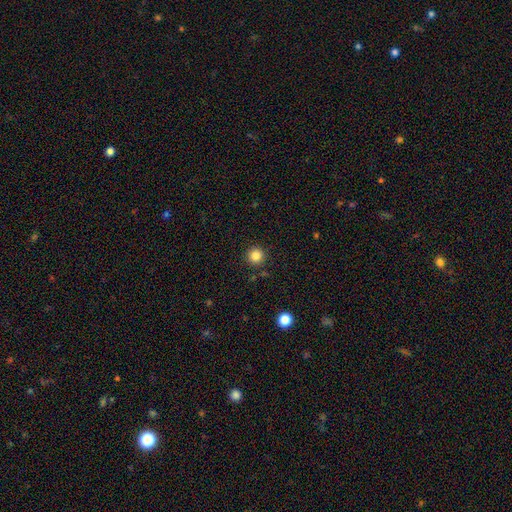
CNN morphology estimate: smooth 83%, star or artifact 12%, featured or disk 5%. Down the decision tree: how rounded — round (96%); merging — none (91%).